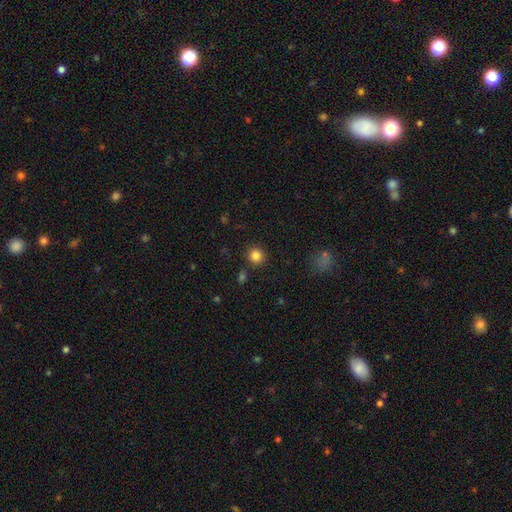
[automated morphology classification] smooth-or-featured: smooth: 84% | star or artifact: 11% | featured or disk: 5%
  how-rounded: round: 91% | in between: 8% | cigar-shaped: 1%
  merging: none: 87% | minor disturbance: 7% | merger: 4% | major disturbance: 3%